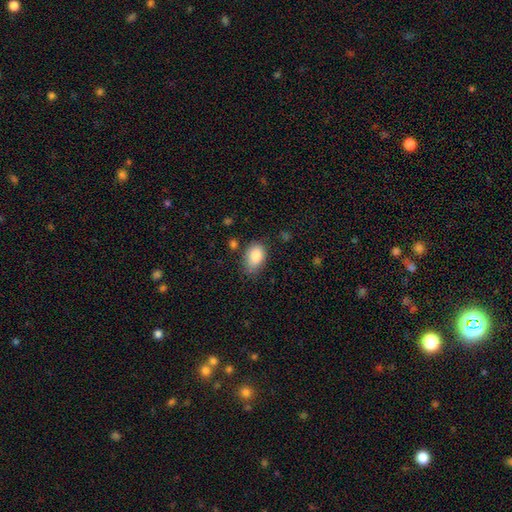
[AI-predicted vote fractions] Smooth or featured? Predicted: smooth (p=0.84). How rounded? Predicted: in between (p=0.82). Merging? Predicted: none (p=0.69).